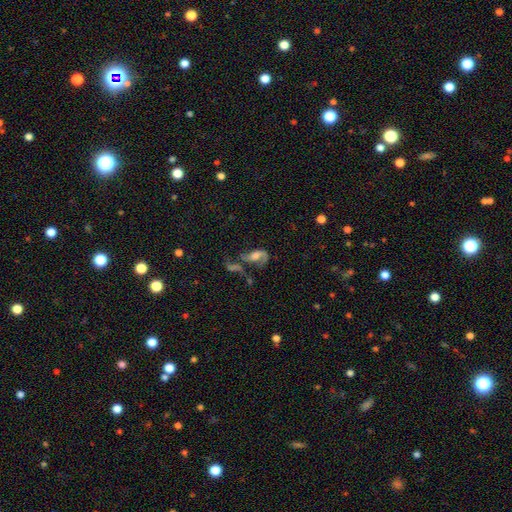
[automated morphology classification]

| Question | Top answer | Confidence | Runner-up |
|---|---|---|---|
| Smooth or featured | featured or disk | 67% | smooth (22%) |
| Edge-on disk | no | 95% | yes (5%) |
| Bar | no | 55% | weak (33%) |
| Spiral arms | yes | 81% | no (19%) |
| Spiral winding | loose | 61% | medium (30%) |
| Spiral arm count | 2 | 63% | 1 (27%) |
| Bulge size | moderate | 36% | large (24%) |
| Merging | merger | 35% | major disturbance (31%) |